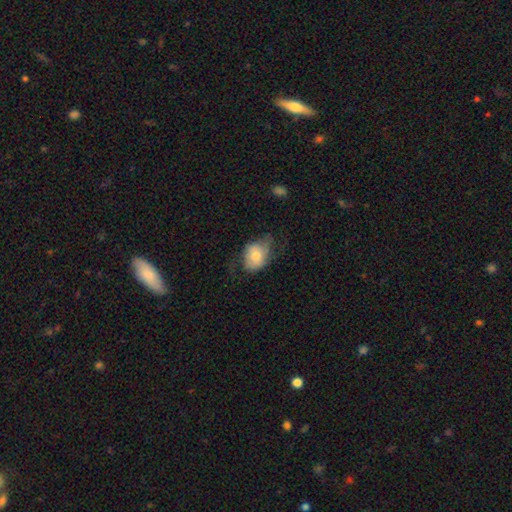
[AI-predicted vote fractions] A smooth galaxy with no disk features (64%) that is in between round and cigar-shaped (75%). Merging: none (43%).